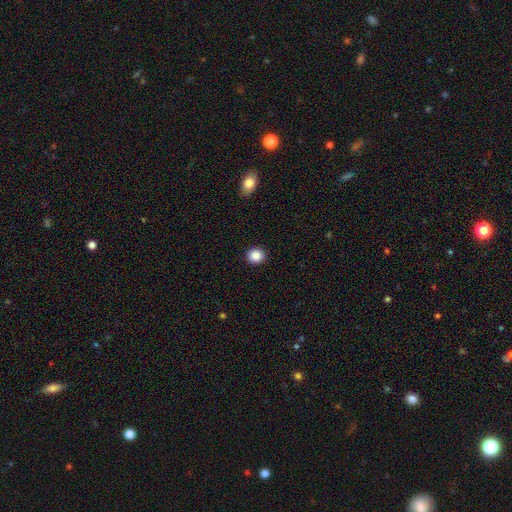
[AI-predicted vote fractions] Smooth or featured? smooth (87%)
How rounded? round (87%)
Merging? none (92%)